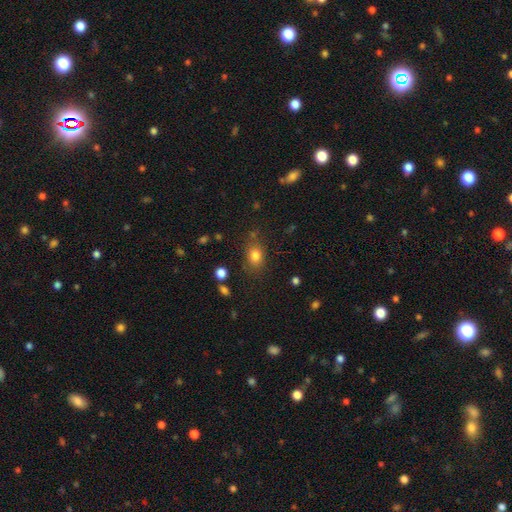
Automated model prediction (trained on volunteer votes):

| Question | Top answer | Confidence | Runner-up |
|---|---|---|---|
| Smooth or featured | smooth | 80% | star or artifact (12%) |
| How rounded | in between | 58% | round (40%) |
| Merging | none | 75% | minor disturbance (15%) |